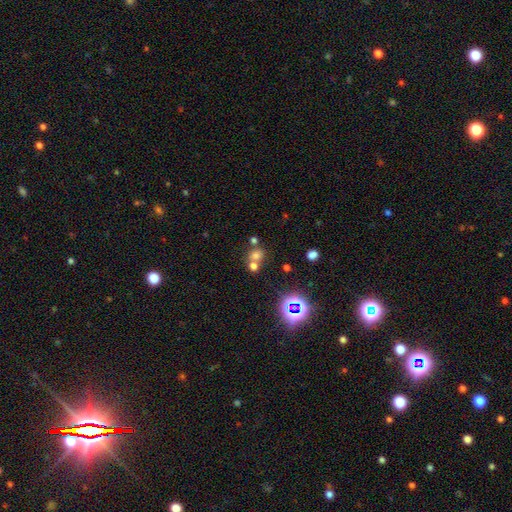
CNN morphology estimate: Smooth or featured?
  - smooth: 60% *
  - star or artifact: 27%
  - featured or disk: 13%
How rounded?
  - round: 77% *
  - in between: 22%
  - cigar-shaped: 1%
Merging?
  - merger: 46% *
  - none: 44%
  - minor disturbance: 7%
  - major disturbance: 3%